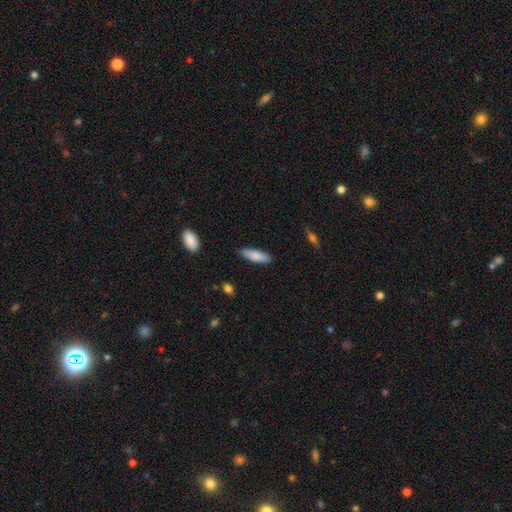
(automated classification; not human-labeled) Smooth or featured? smooth (83%)
How rounded? in between (52%)
Merging? none (84%)